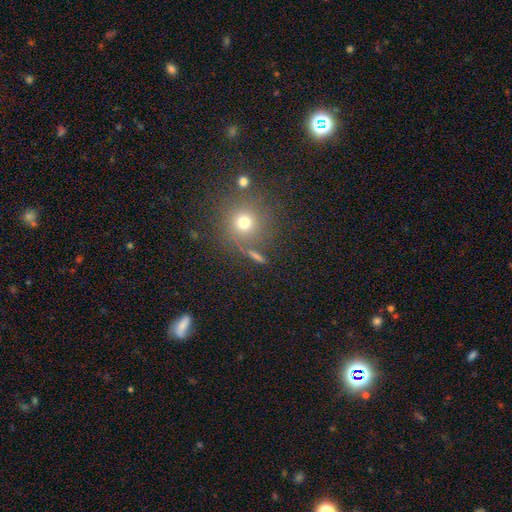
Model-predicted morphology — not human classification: Smooth or featured? Predicted: smooth (p=0.56). How rounded? Predicted: round (p=0.79). Merging? Predicted: none (p=0.78).